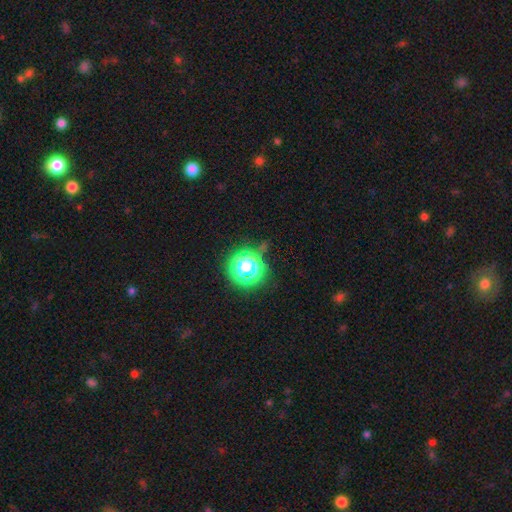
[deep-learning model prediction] smooth_or_featured: star or artifact (p=0.67) [alt: smooth p=0.28]